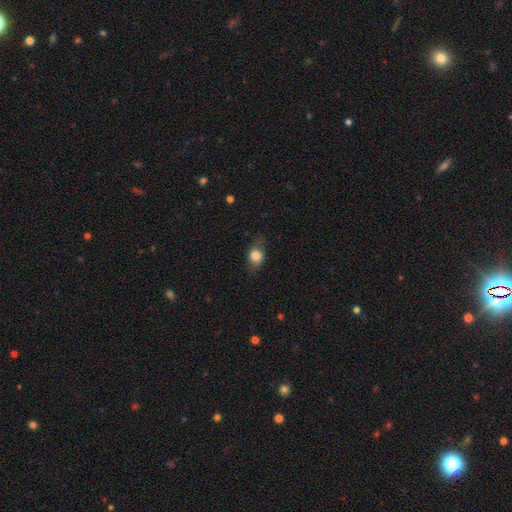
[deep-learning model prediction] smooth 76%, featured or disk 15%, star or artifact 9%. Down the decision tree: how rounded — in between (56%); merging — none (71%).